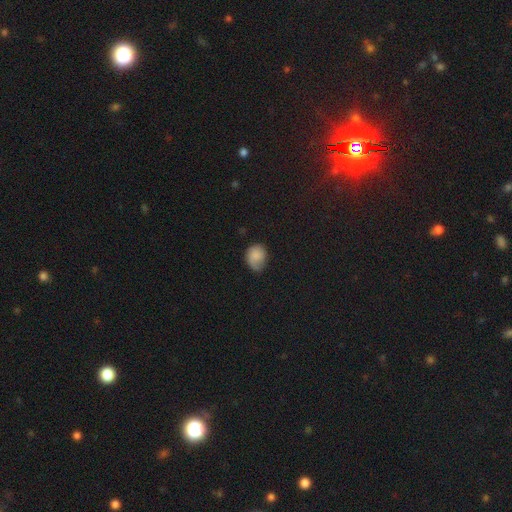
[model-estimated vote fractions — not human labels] A smooth galaxy with no disk features (77%) that is round (53%).

Vote fractions:
- Smooth or featured? smooth: 77% / featured or disk: 15% / star or artifact: 8%
- How rounded? round: 53% / in between: 46% / cigar-shaped: 1%
- Merging? none: 53% / minor disturbance: 34% / major disturbance: 11% / merger: 2%